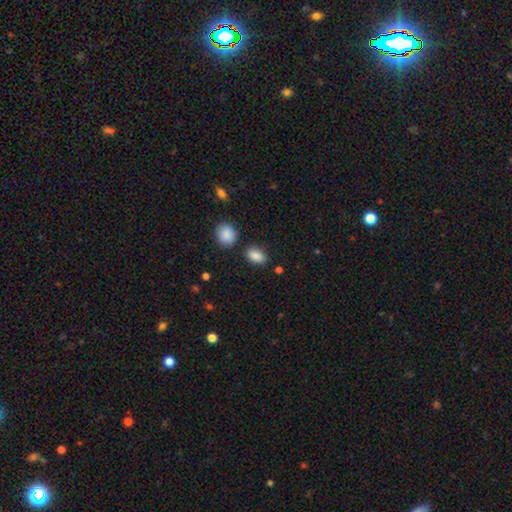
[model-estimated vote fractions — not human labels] A smooth galaxy with no disk features (88%) that is in between round and cigar-shaped (87%).

Vote fractions:
- Smooth or featured? smooth: 88% / star or artifact: 8% / featured or disk: 4%
- How rounded? in between: 87% / round: 11% / cigar-shaped: 2%
- Merging? none: 81% / minor disturbance: 11% / merger: 4% / major disturbance: 3%